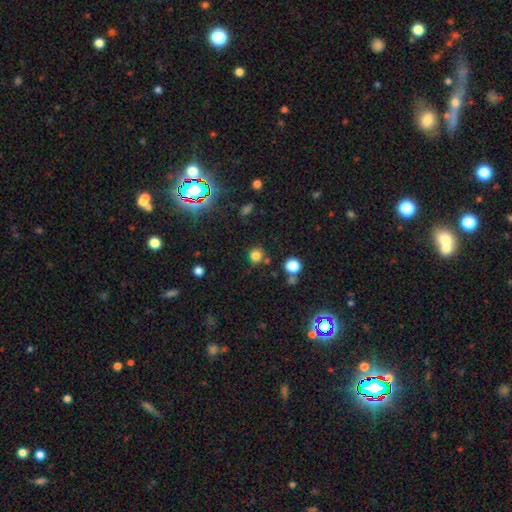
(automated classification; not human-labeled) A smooth galaxy with no disk features (77%) that is round (88%).

Vote fractions:
- Smooth or featured? smooth: 77% / star or artifact: 17% / featured or disk: 6%
- How rounded? round: 88% / in between: 11% / cigar-shaped: 1%
- Merging? none: 77% / minor disturbance: 12% / merger: 8% / major disturbance: 4%